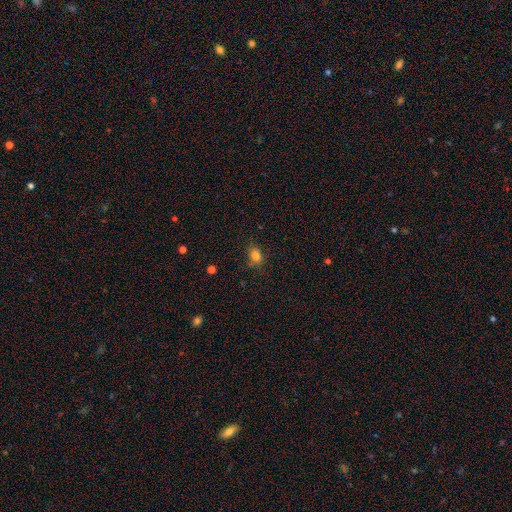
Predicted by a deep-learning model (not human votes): Smooth or featured: smooth — 81% (star or artifact — 13%)
How rounded: in between — 61% (round — 38%)
Merging: none — 75% (minor disturbance — 18%)